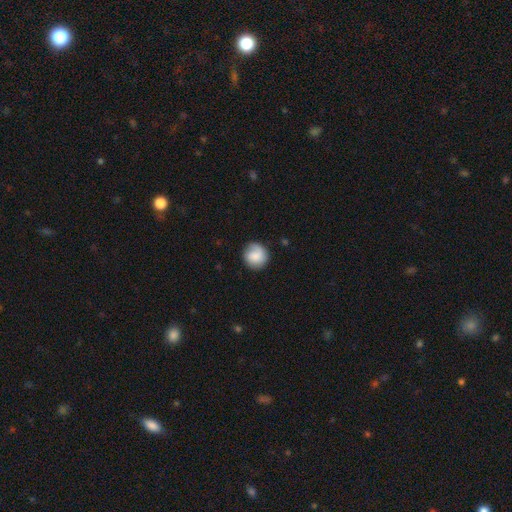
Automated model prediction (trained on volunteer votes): Morphology: type=smooth (79%); roundness=round (91%); merging=none (80%).